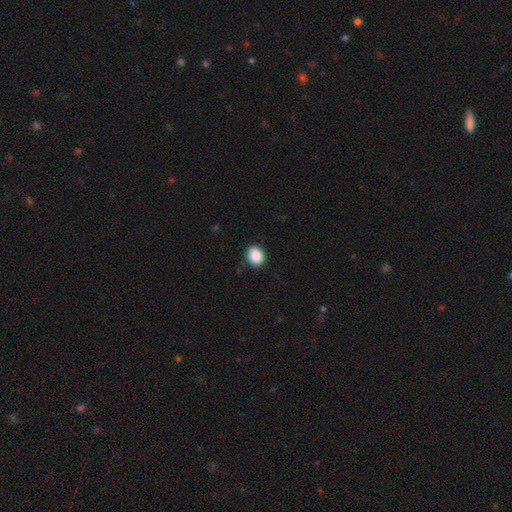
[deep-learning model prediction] Smooth or featured? Predicted: smooth (p=0.90). How rounded? Predicted: round (p=0.53). Merging? Predicted: none (p=0.85).